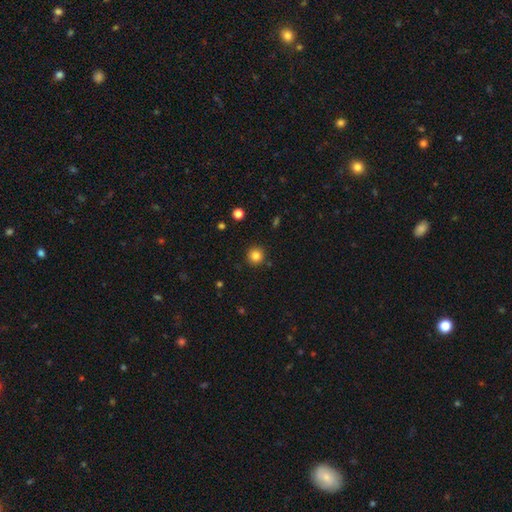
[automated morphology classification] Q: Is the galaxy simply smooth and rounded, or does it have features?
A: smooth — 83%.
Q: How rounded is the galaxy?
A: round — 95%.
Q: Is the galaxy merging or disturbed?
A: none — 91%.